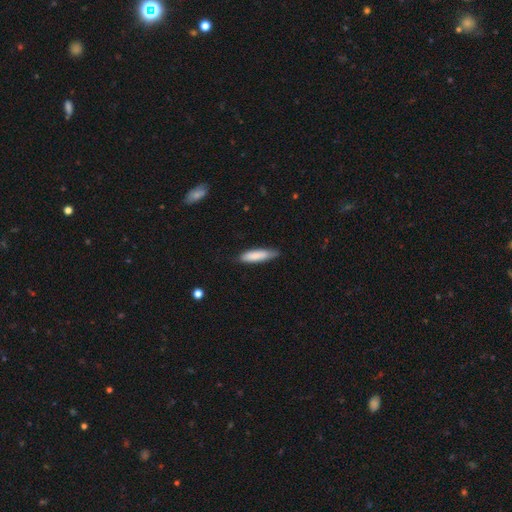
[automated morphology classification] Smooth or featured?
  - smooth: 83% *
  - featured or disk: 11%
  - star or artifact: 6%
How rounded?
  - cigar-shaped: 71% *
  - in between: 28%
  - round: 1%
Merging?
  - none: 74% *
  - minor disturbance: 21%
  - major disturbance: 3%
  - merger: 1%